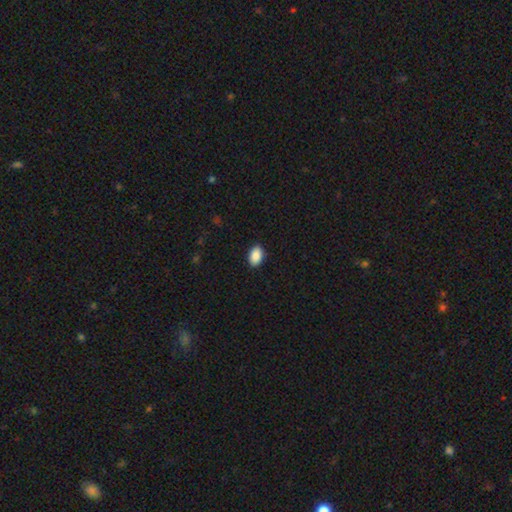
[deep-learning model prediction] Morphology: type=smooth (90%); roundness=in between (90%); merging=none (90%).